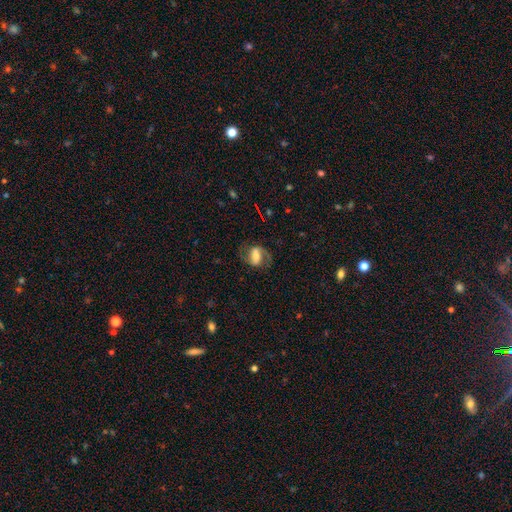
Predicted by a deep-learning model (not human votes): Q: Smooth or featured?
A: featured or disk (67%); runner-up: smooth (24%)
Q: Edge-on disk?
A: no (96%); runner-up: yes (4%)
Q: Bar?
A: strong (45%); runner-up: weak (38%)
Q: Spiral arms?
A: yes (90%); runner-up: no (10%)
Q: Spiral winding?
A: medium (50%); runner-up: loose (33%)
Q: Spiral arm count?
A: 2 (89%); runner-up: can't tell (4%)
Q: Bulge size?
A: moderate (34%); runner-up: large (27%)
Q: Merging?
A: none (71%); runner-up: minor disturbance (16%)